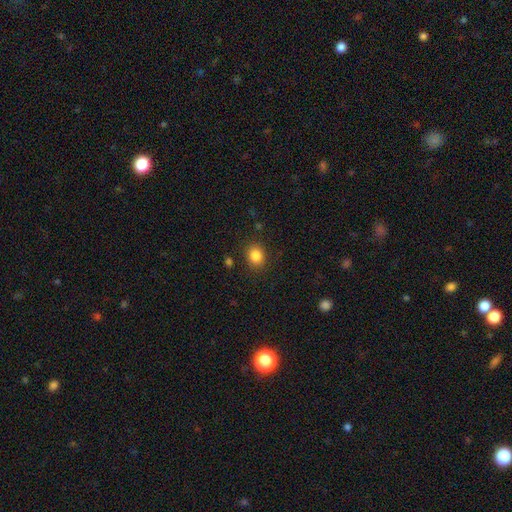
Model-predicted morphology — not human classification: smooth_or_featured: smooth (p=0.85) [alt: star or artifact p=0.10]
how_rounded: round (p=0.69) [alt: in between p=0.30]
merging: none (p=0.87) [alt: minor disturbance p=0.08]